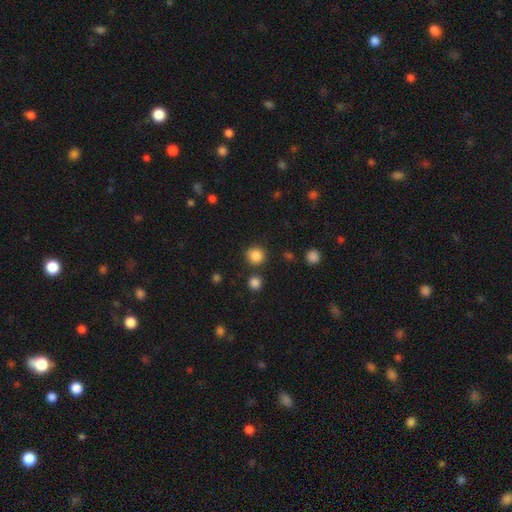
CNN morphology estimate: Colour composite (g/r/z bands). It shows a smooth galaxy with no disk features (86%) that is round (92%). Merging: none (84%).